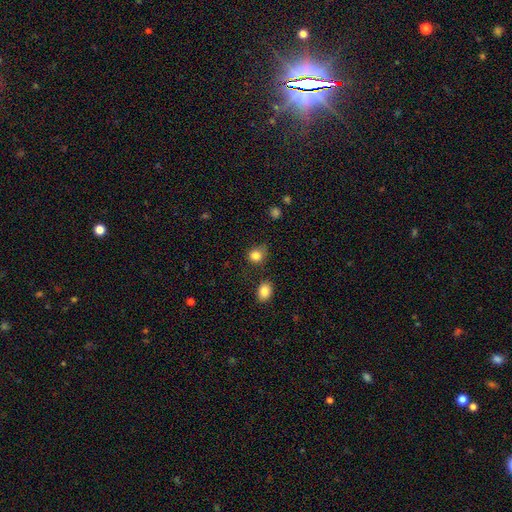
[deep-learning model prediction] Smooth or featured? Predicted: smooth (p=0.83). How rounded? Predicted: round (p=0.70). Merging? Predicted: none (p=0.61).